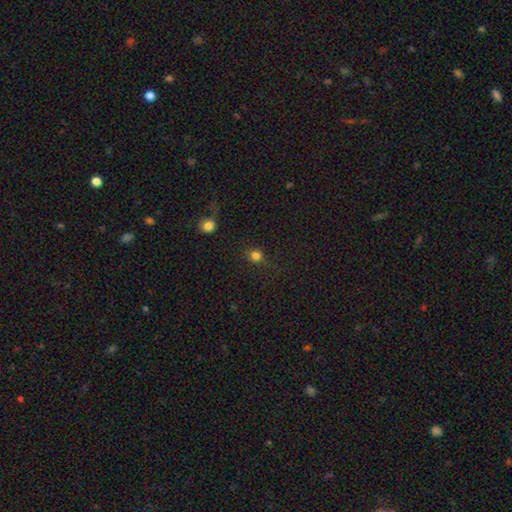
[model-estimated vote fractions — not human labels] The model was most divided on "smooth or featured": smooth: 80%, star or artifact: 15%, featured or disk: 5%. More confident: how rounded — round (90%); merging — none (83%).